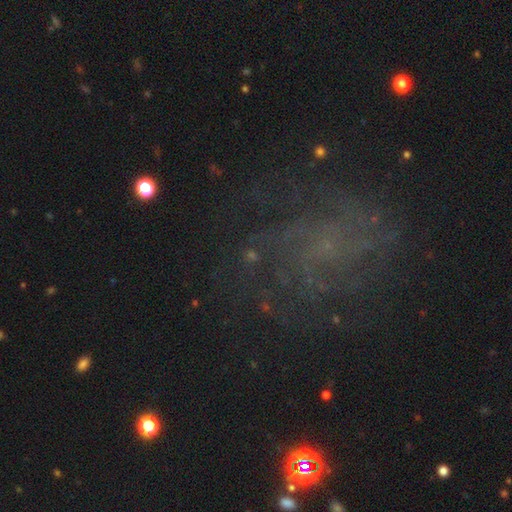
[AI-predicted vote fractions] Morphology: type=featured or disk (62%); edge-on=no (97%); bar=no (76%); spiral arms=yes (79%); bulge=small (51%); merging=none (68%).